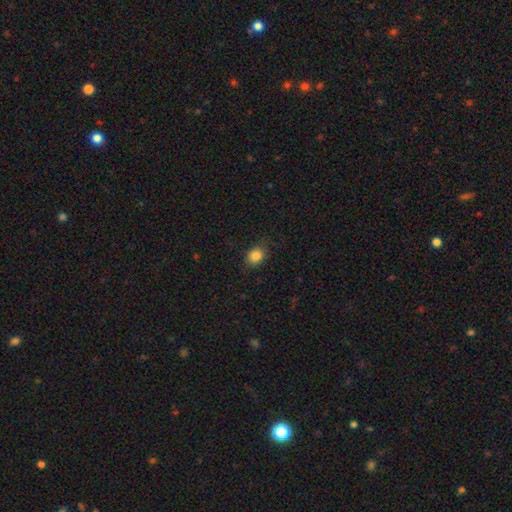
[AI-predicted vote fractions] Smooth or featured: smooth — 85% (star or artifact — 10%)
How rounded: in between — 57% (round — 42%)
Merging: none — 83% (minor disturbance — 13%)